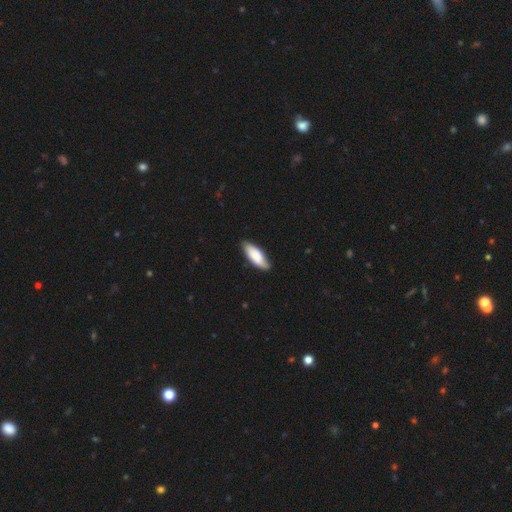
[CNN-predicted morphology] smooth 78%, featured or disk 16%, star or artifact 5%. Down the decision tree: how rounded — in between (69%); merging — none (76%).